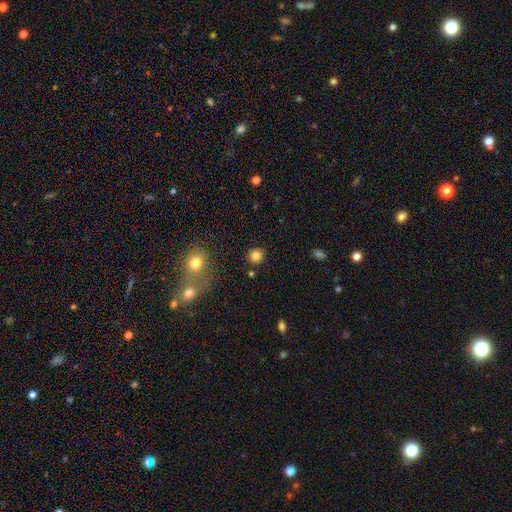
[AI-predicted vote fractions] Smooth or featured?
  - smooth: 83% *
  - star or artifact: 12%
  - featured or disk: 5%
How rounded?
  - round: 90% *
  - in between: 9%
  - cigar-shaped: 1%
Merging?
  - none: 88% *
  - minor disturbance: 7%
  - merger: 3%
  - major disturbance: 2%